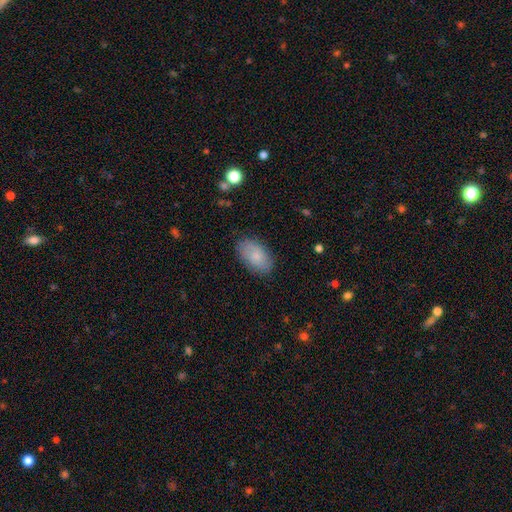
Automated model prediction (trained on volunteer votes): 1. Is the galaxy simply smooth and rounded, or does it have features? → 77% smooth, 16% featured or disk, 7% star or artifact.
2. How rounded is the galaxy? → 94% in between, 5% round, 2% cigar-shaped.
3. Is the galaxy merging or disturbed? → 82% none, 13% minor disturbance, 3% major disturbance, 1% merger.